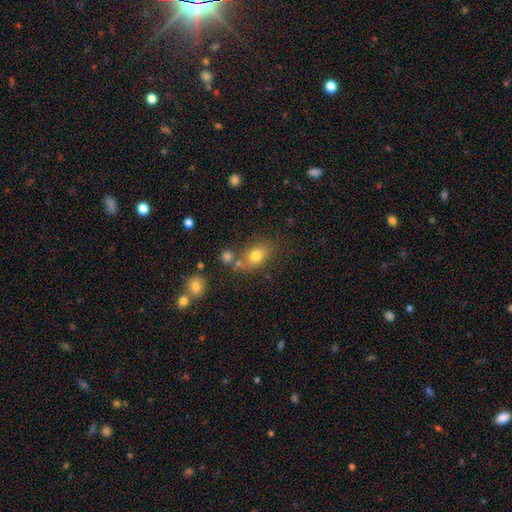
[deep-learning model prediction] A smooth galaxy with no disk features (76%) that is in between round and cigar-shaped (68%).

Vote fractions:
- Smooth or featured? smooth: 76% / featured or disk: 12% / star or artifact: 12%
- How rounded? in between: 68% / round: 30% / cigar-shaped: 2%
- Merging? none: 63% / merger: 16% / minor disturbance: 15% / major disturbance: 6%